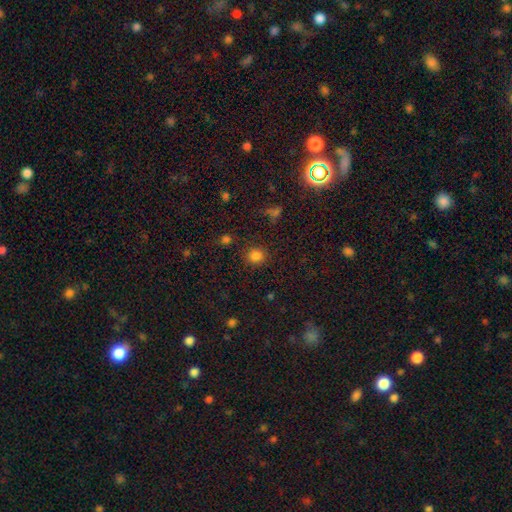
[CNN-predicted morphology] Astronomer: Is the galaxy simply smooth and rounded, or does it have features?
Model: smooth — 82%.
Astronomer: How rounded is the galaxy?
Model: round — 85%.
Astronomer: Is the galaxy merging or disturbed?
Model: none — 86%.